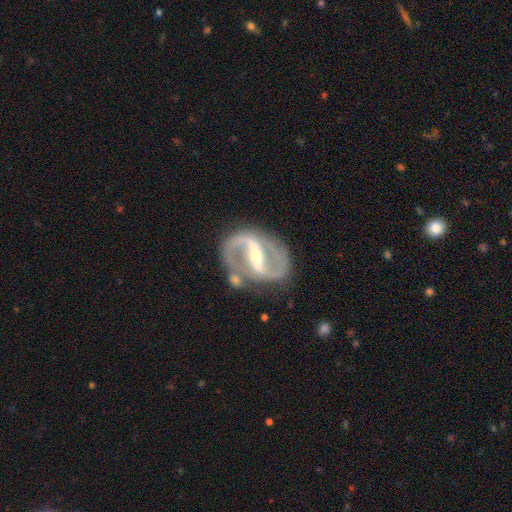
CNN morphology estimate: smooth-or-featured: featured or disk: 92% | star or artifact: 4% | smooth: 3%
  disk-edge-on: no: 97% | yes: 3%
    bar: strong: 71% | weak: 22% | no: 7%
    has-spiral-arms: yes: 97% | no: 3%
      spiral-winding: medium: 61% | tight: 21% | loose: 18%
      spiral-arm-count: 2: 94% | can't tell: 2% | 1: 1% | 3: 1% | 4: 1% | more than 4: 1%
    bulge-size: small: 47% | moderate: 44% | large: 4% | none: 3% | dominant: 1%
  merging: none: 75% | minor disturbance: 14% | major disturbance: 6% | merger: 5%